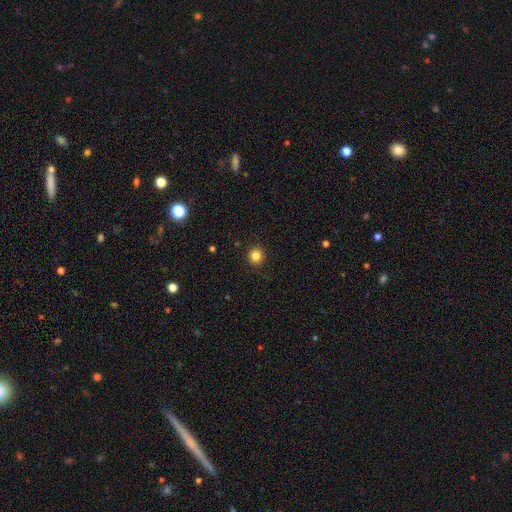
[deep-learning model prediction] Overall: smooth (84%). How rounded: round (93%). Merging: none (90%).